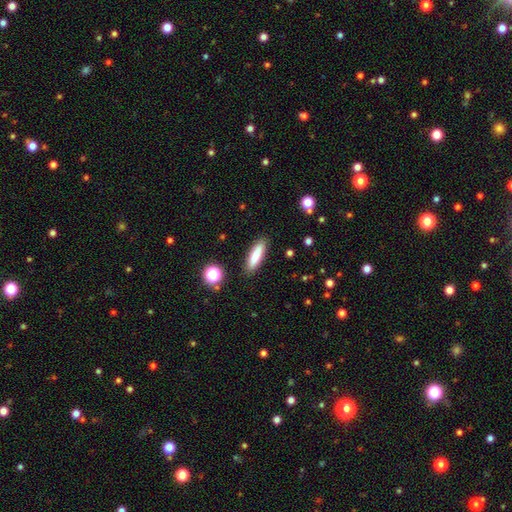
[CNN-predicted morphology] The model was most divided on "how rounded": cigar-shaped: 71%, in between: 27%, round: 2%. More confident: merging — none (88%); smooth or featured — smooth (80%).